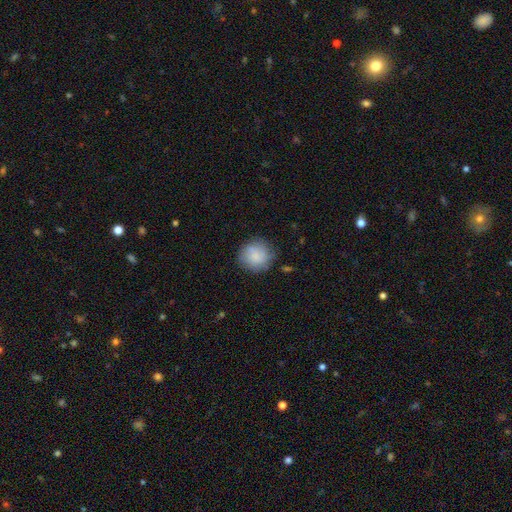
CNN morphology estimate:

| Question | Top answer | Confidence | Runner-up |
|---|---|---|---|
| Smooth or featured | smooth | 81% | featured or disk (12%) |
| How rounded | round | 91% | in between (8%) |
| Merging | none | 77% | minor disturbance (16%) |